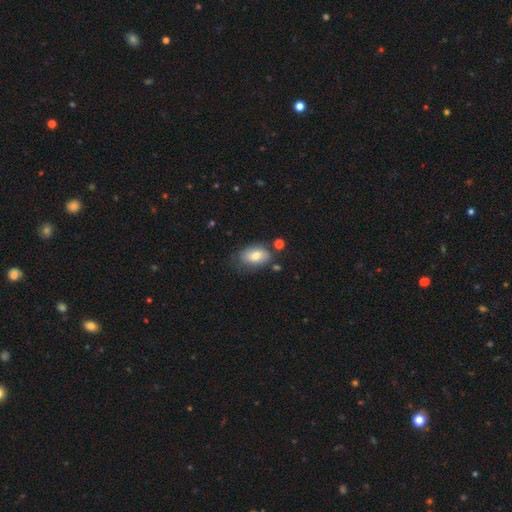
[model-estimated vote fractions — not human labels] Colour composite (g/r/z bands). It shows a smooth galaxy with no disk features (75%) that is in between round and cigar-shaped (89%). Merging: none (59%).